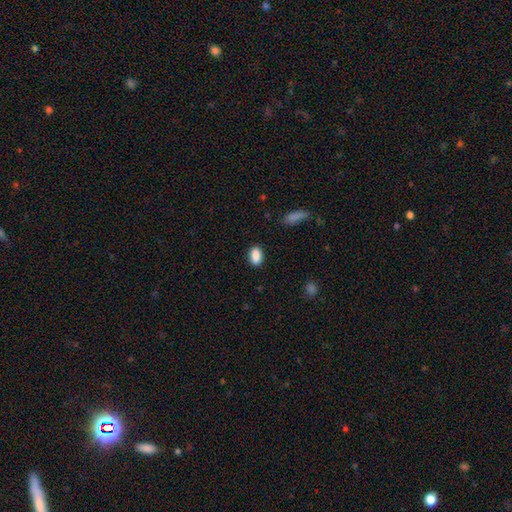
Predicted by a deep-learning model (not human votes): smooth_or_featured: smooth (p=0.88) [alt: star or artifact p=0.08]
how_rounded: in between (p=0.87) [alt: round p=0.09]
merging: none (p=0.86) [alt: minor disturbance p=0.10]